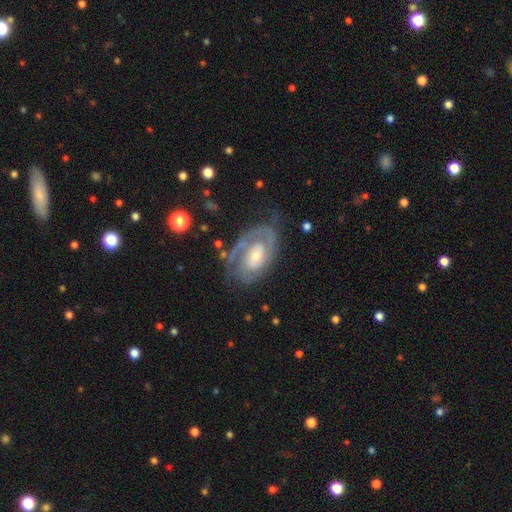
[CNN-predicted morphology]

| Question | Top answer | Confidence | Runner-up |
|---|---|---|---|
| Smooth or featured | featured or disk | 84% | smooth (11%) |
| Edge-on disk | no | 96% | yes (4%) |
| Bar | no | 61% | weak (31%) |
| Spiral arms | yes | 91% | no (9%) |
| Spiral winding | tight | 63% | medium (29%) |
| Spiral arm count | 2 | 47% | can't tell (23%) |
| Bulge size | small | 51% | moderate (42%) |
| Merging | none | 65% | minor disturbance (20%) |